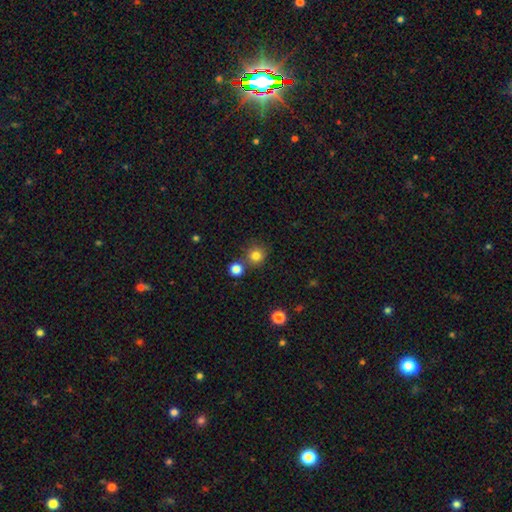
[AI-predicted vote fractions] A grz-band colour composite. It shows a smooth galaxy with no disk features (81%) that is round (91%). Merging: none (72%).